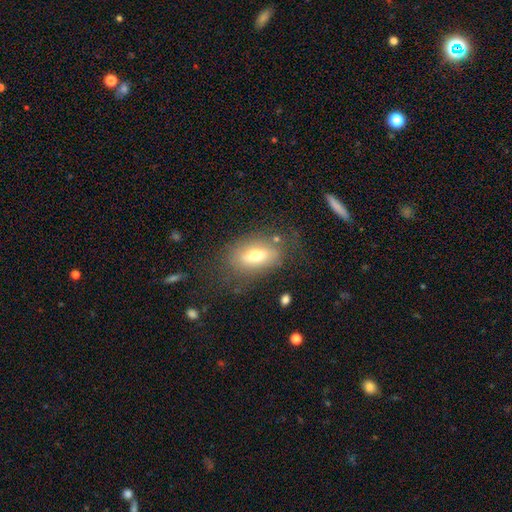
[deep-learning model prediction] Smooth or featured? smooth (63%)
How rounded? in between (84%)
Merging? none (68%)